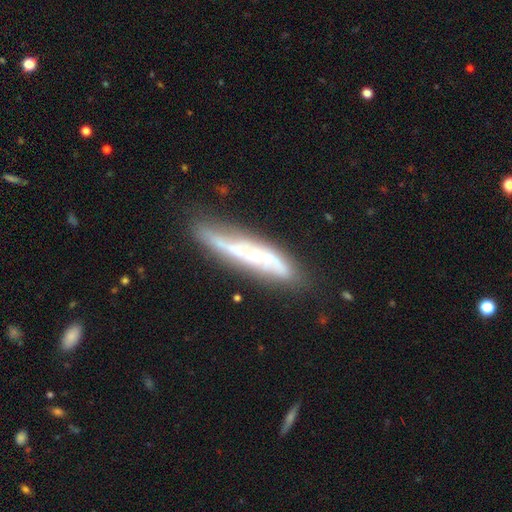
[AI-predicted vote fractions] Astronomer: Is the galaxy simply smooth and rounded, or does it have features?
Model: featured or disk — 72%.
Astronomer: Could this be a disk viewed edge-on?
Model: no — 52% (runner-up: yes, 48%).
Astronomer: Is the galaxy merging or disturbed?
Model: none — 70%.